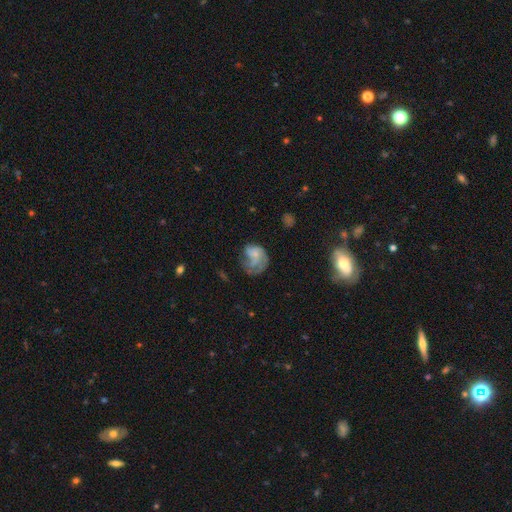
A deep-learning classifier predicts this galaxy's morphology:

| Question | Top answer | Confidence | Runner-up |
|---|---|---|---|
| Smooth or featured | featured or disk | 52% | smooth (39%) |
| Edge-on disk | no | 98% | yes (2%) |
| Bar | no | 78% | weak (19%) |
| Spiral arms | yes | 71% | no (29%) |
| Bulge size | small | 58% | none (22%) |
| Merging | major disturbance | 38% | none (34%) |